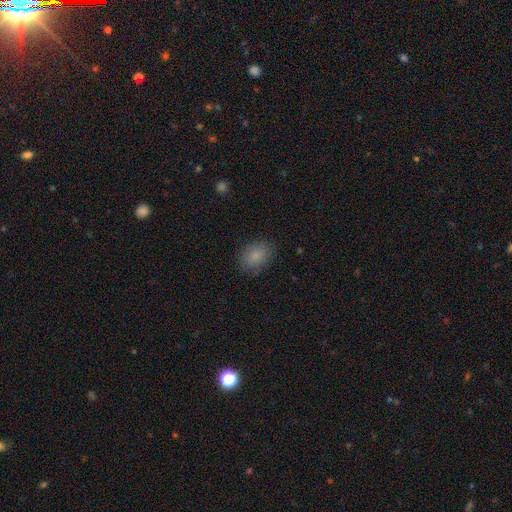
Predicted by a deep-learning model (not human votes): The model was most divided on "how rounded": in between: 68%, round: 31%, cigar-shaped: 1%. More confident: smooth or featured — smooth (85%); merging — none (84%).